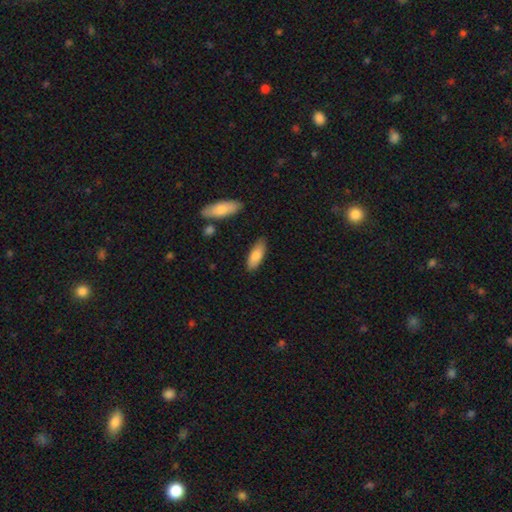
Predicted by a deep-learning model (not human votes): Q: Smooth or featured?
A: smooth (82%); runner-up: featured or disk (13%)
Q: How rounded?
A: in between (68%); runner-up: cigar-shaped (31%)
Q: Merging?
A: none (84%); runner-up: minor disturbance (11%)